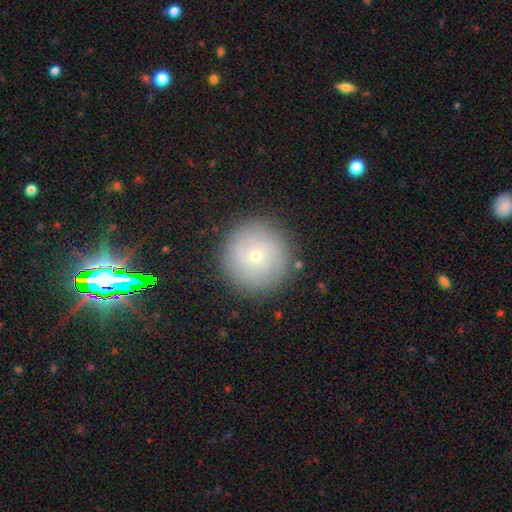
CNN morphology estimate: A smooth galaxy with no disk features (62%) that is round (96%). Merging: none (88%).